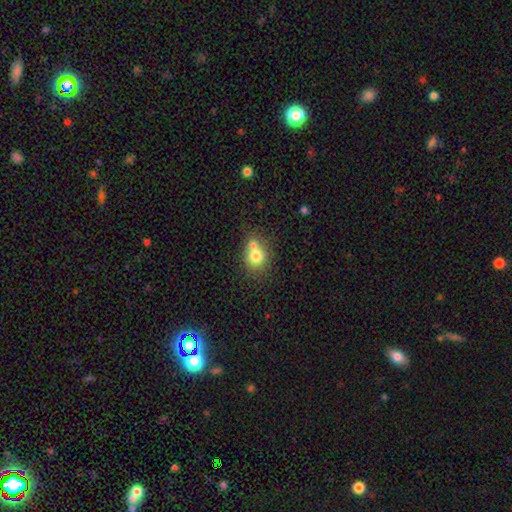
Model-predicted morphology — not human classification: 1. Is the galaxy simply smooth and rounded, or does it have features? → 75% smooth, 15% featured or disk, 10% star or artifact.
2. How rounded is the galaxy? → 70% round, 29% in between, 1% cigar-shaped.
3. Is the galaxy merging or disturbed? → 49% merger, 38% none, 10% minor disturbance, 4% major disturbance.